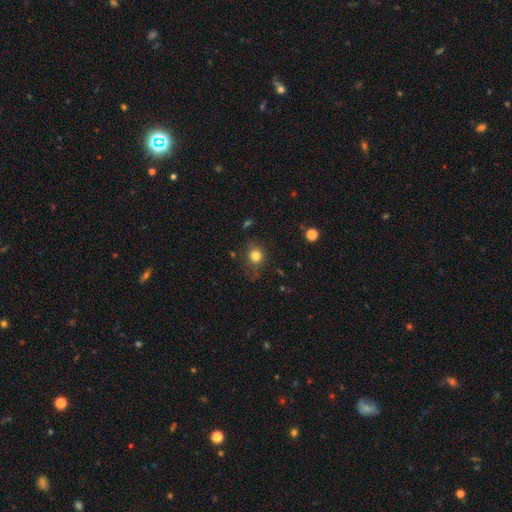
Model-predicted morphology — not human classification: A smooth galaxy with no disk features (80%) that is round (82%). Merging: none (74%).